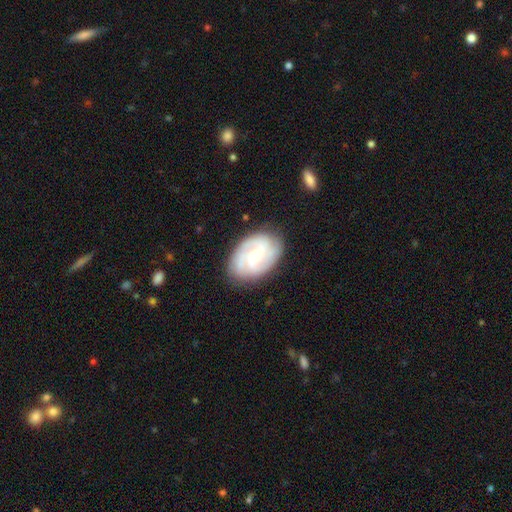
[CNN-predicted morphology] Smooth or featured? featured or disk (77%)
Edge-on disk? no (97%)
Bar? weak (53%)
Spiral arms? yes (92%)
Spiral winding? tight (47%)
Spiral arm count? 2 (46%)
Bulge size? small (51%)
Merging? none (79%)